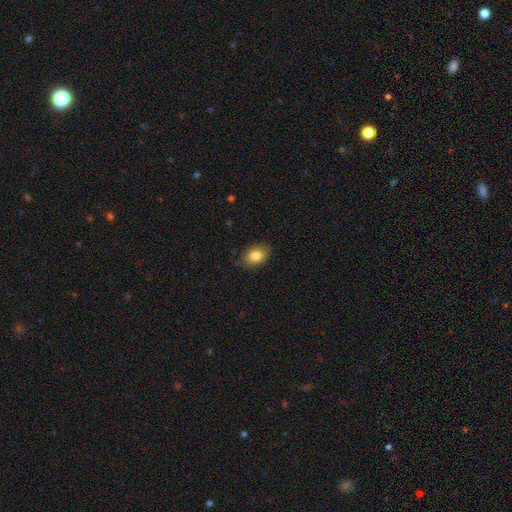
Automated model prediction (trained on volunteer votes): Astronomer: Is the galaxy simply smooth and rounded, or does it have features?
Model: smooth — 83%.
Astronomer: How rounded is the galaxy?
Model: in between — 77%.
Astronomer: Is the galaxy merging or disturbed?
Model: none — 82%.